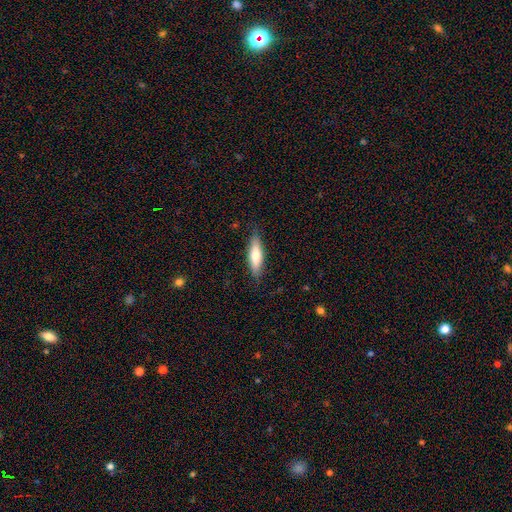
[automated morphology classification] Overall: smooth (72%). How rounded: cigar-shaped (60%; in between 39%). Merging: none (84%).